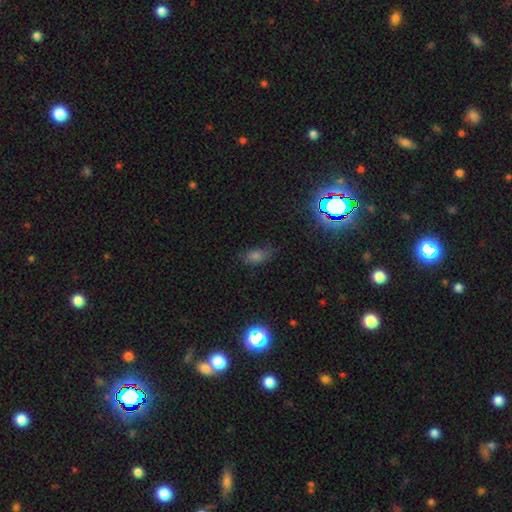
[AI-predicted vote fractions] Q: Smooth or featured?
A: smooth (59%); runner-up: star or artifact (29%)
Q: How rounded?
A: in between (79%); runner-up: round (16%)
Q: Merging?
A: none (68%); runner-up: minor disturbance (22%)